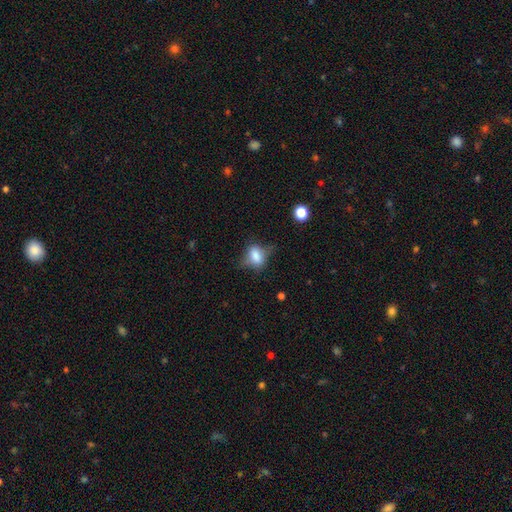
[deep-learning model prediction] This appears to be a smooth galaxy with no disk features (67%) that is in between round and cigar-shaped (69%). Merging: none (50%).